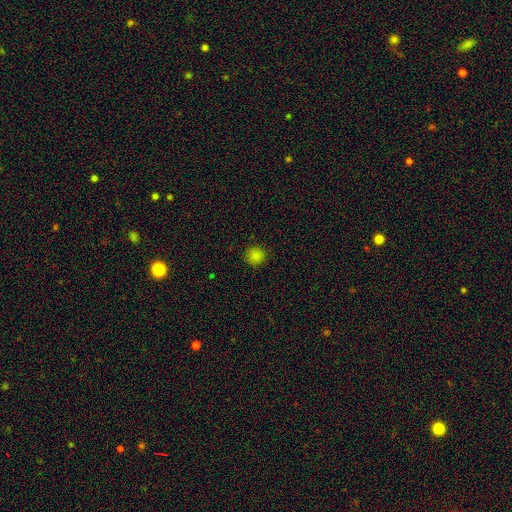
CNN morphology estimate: smooth-or-featured: smooth: 84% | star or artifact: 13% | featured or disk: 3%
  how-rounded: round: 93% | in between: 6% | cigar-shaped: 1%
  merging: none: 90% | minor disturbance: 7% | major disturbance: 2% | merger: 1%